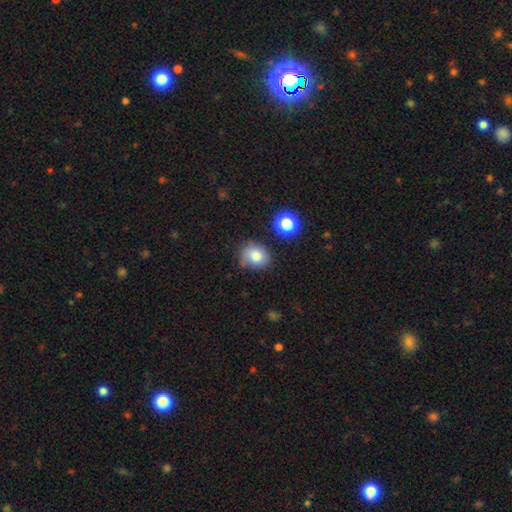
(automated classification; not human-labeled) smooth 80%, star or artifact 11%, featured or disk 8%. Down the decision tree: how rounded — round (63%); merging — none (68%).